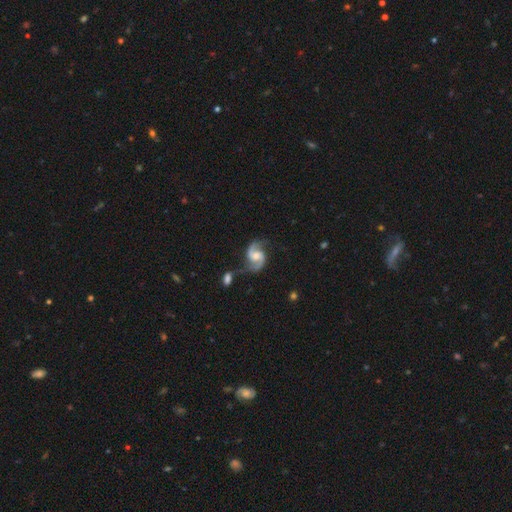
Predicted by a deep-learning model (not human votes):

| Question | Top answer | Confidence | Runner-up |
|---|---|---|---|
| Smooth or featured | featured or disk | 90% | smooth (5%) |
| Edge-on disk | no | 98% | yes (2%) |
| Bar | weak | 45% | no (42%) |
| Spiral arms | yes | 98% | no (2%) |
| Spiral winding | medium | 53% | loose (35%) |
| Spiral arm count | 2 | 94% | can't tell (2%) |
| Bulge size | moderate | 54% | small (27%) |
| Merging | none | 68% | minor disturbance (15%) |